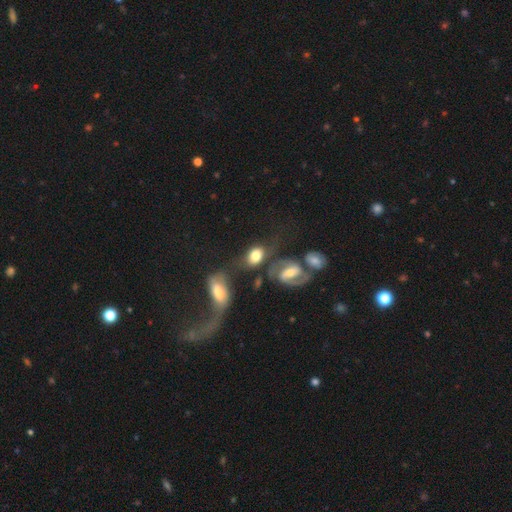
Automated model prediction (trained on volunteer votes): Smooth or featured? Predicted: smooth (p=0.63). How rounded? Predicted: in between (p=0.74). Merging? Predicted: none (p=0.34).